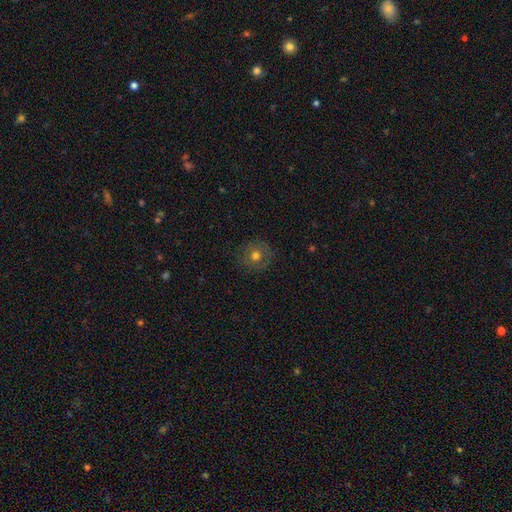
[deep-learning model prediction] The model was most divided on "smooth or featured": smooth: 62%, featured or disk: 26%, star or artifact: 12%. More confident: how rounded — round (89%); merging — none (84%).